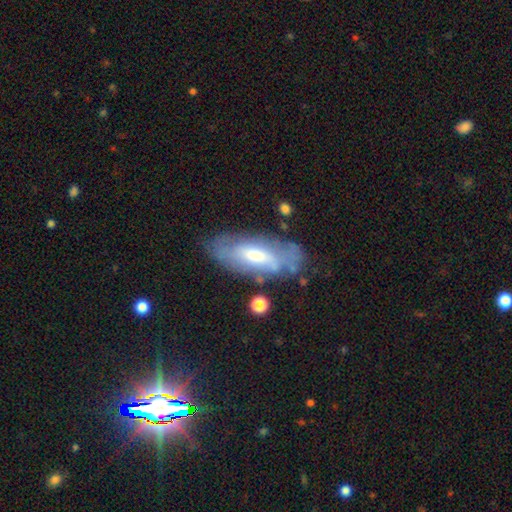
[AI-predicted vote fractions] smooth-or-featured: featured or disk: 48% | smooth: 46% | star or artifact: 7%
  merging: none: 64% | minor disturbance: 21% | major disturbance: 10% | merger: 5%